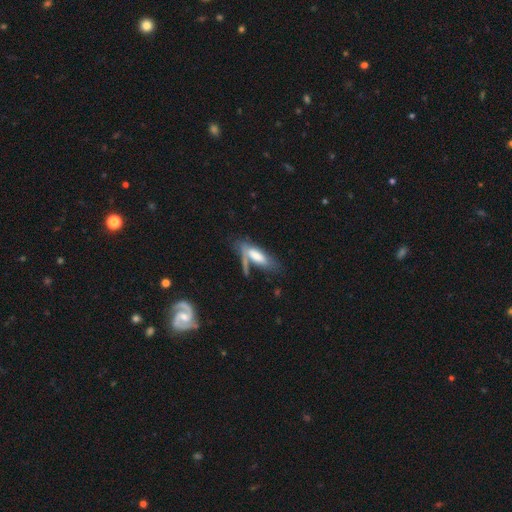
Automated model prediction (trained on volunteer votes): This appears to be a smooth galaxy with no disk features (66%) that is in between round and cigar-shaped (57%). Merging: none (40%).